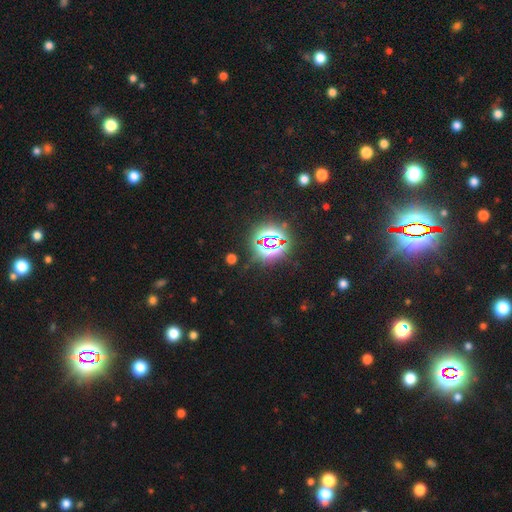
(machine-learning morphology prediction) Smooth or featured? star or artifact (79%)